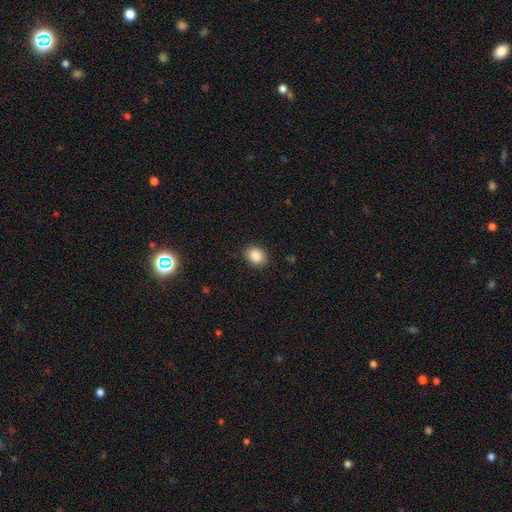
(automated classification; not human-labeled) A smooth galaxy with no disk features (88%) that is in between round and cigar-shaped (57%). Merging: none (86%).